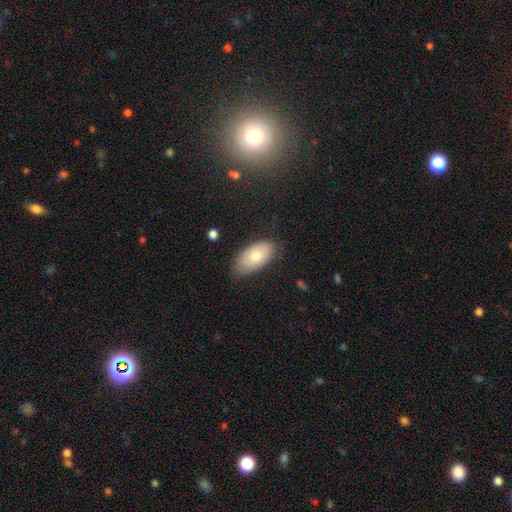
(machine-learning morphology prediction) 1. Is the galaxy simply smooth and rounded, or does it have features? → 73% smooth, 21% featured or disk, 6% star or artifact.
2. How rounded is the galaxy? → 94% in between, 3% round, 2% cigar-shaped.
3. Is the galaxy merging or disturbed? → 75% none, 19% minor disturbance, 4% major disturbance, 1% merger.